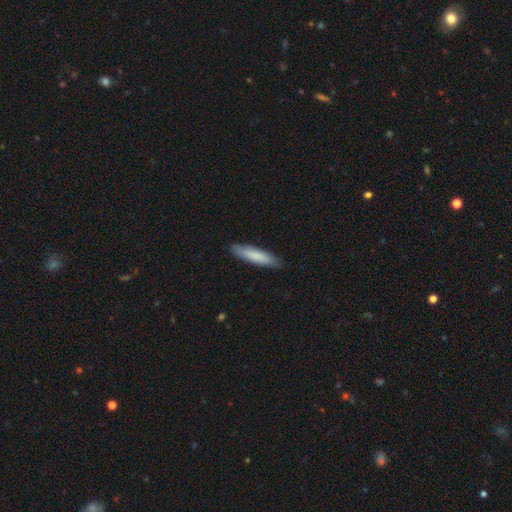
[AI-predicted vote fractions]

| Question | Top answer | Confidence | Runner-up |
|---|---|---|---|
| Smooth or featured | smooth | 82% | featured or disk (13%) |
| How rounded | cigar-shaped | 81% | in between (17%) |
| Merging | none | 88% | minor disturbance (9%) |